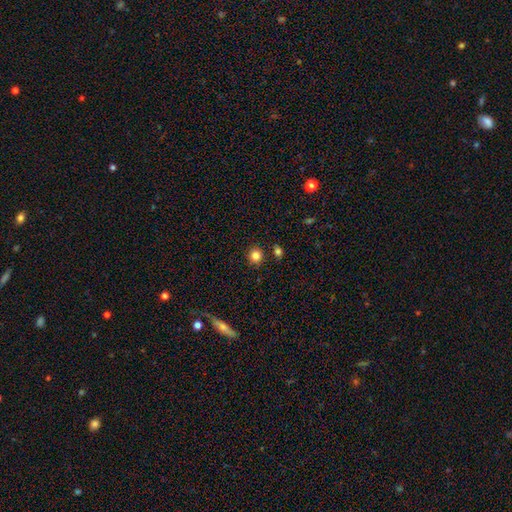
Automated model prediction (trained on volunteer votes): Smooth or featured? Predicted: smooth (p=0.84). How rounded? Predicted: round (p=0.88). Merging? Predicted: none (p=0.87).